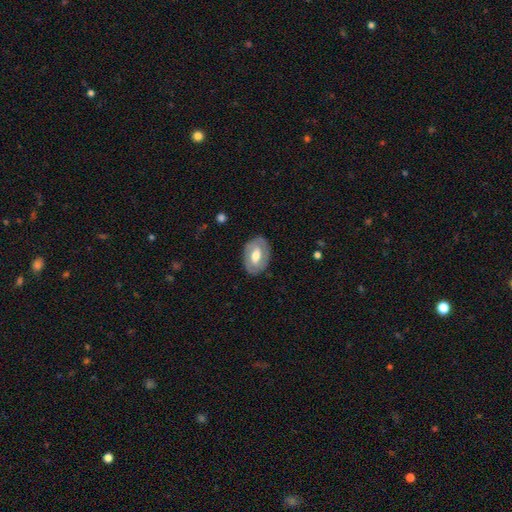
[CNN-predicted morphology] Smooth or featured? featured or disk (59%)
Edge-on disk? no (93%)
Bar? no (42%)
Spiral arms? yes (50%, tied with no)
Bulge size? moderate (61%)
Merging? none (82%)